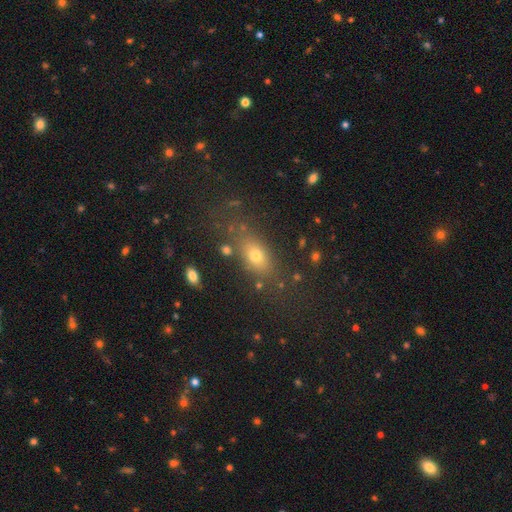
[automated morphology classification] A smooth galaxy with no disk features (66%) that is in between round and cigar-shaped (68%).

Vote fractions:
- Smooth or featured? smooth: 66% / star or artifact: 19% / featured or disk: 15%
- How rounded? in between: 68% / round: 20% / cigar-shaped: 12%
- Merging? none: 73% / minor disturbance: 14% / major disturbance: 8% / merger: 5%